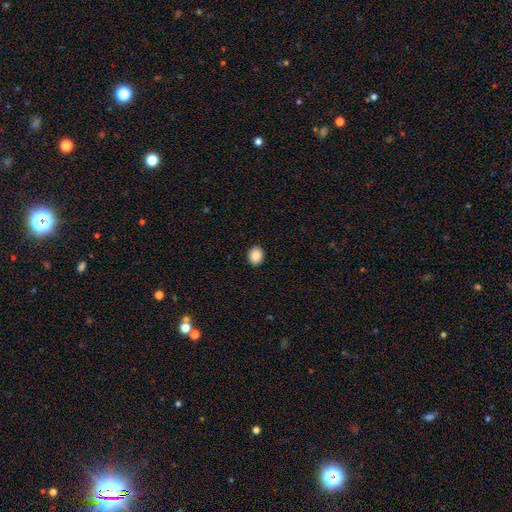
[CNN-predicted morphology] Q: Smooth or featured?
A: smooth (89%); runner-up: star or artifact (8%)
Q: How rounded?
A: round (56%); runner-up: in between (43%)
Q: Merging?
A: none (92%); runner-up: minor disturbance (6%)